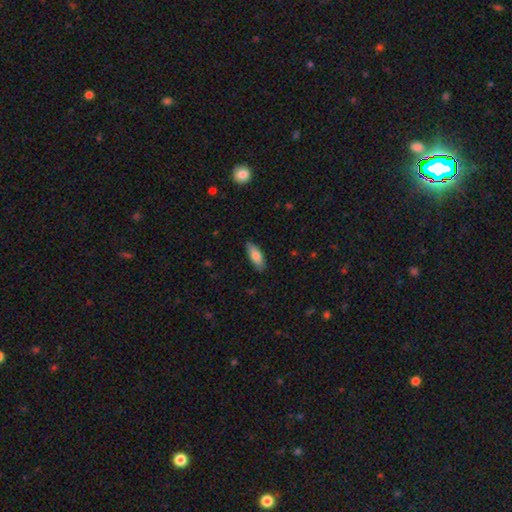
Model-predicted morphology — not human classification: smooth_or_featured: smooth (p=0.79) [alt: featured or disk p=0.15]
how_rounded: in between (p=0.72) [alt: cigar-shaped p=0.26]
merging: none (p=0.84) [alt: minor disturbance p=0.13]